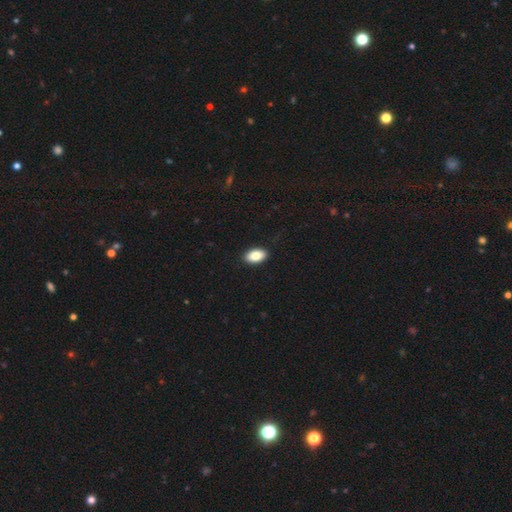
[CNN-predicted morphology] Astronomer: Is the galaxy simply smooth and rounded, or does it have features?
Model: smooth — 87%.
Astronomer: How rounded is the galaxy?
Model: in between — 93%.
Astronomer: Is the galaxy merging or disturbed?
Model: none — 90%.